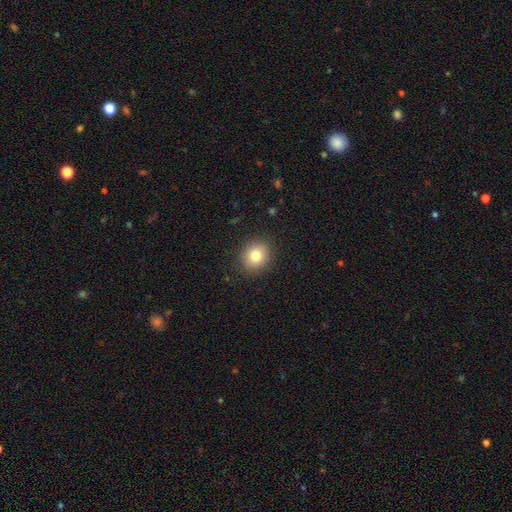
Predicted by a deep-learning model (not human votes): Smooth or featured: smooth — 80% (star or artifact — 10%)
How rounded: round — 72% (in between — 27%)
Merging: none — 89% (minor disturbance — 8%)